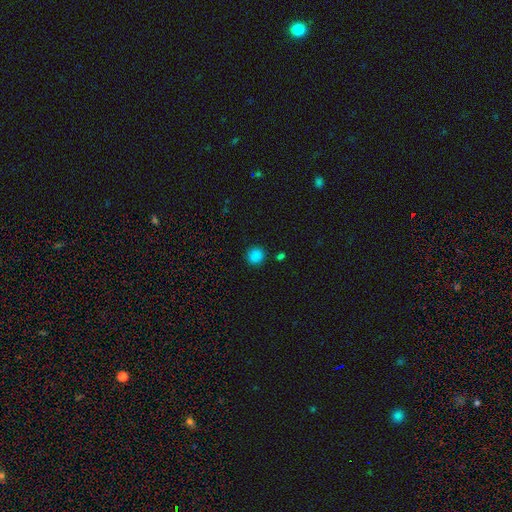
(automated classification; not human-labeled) Smooth or featured: smooth — 85% (star or artifact — 12%)
How rounded: round — 89% (in between — 10%)
Merging: none — 87% (minor disturbance — 7%)